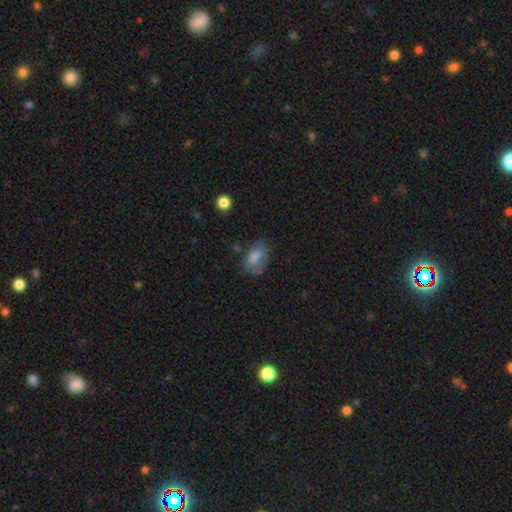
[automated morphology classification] type=smooth (64%); roundness=in between (87%); merging=none (57%).